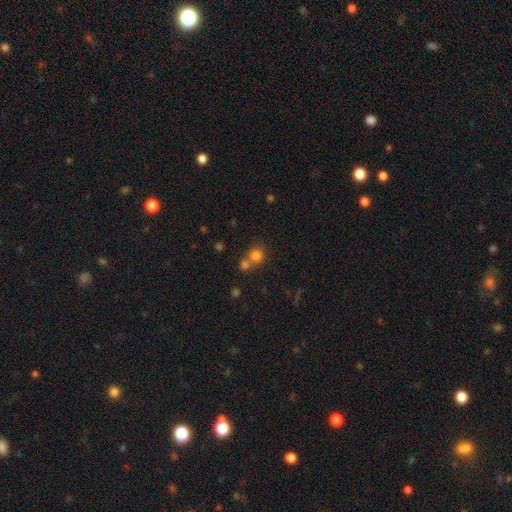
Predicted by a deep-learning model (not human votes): This appears to be a smooth galaxy with no disk features (79%) that is round (86%). Merging: none (49%).